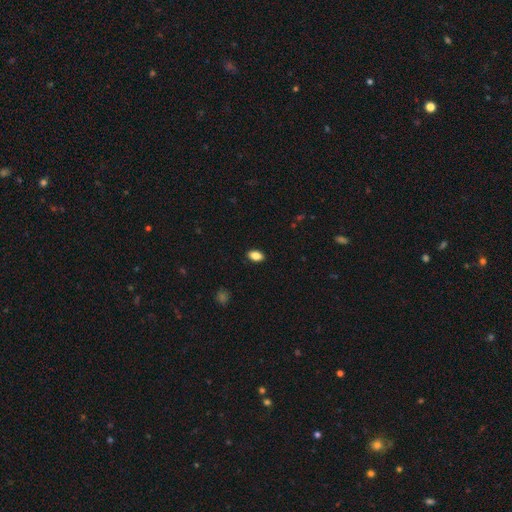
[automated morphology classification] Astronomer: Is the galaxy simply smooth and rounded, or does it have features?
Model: smooth — 86%.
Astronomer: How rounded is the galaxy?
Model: in between — 89%.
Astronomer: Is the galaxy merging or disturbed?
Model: none — 90%.